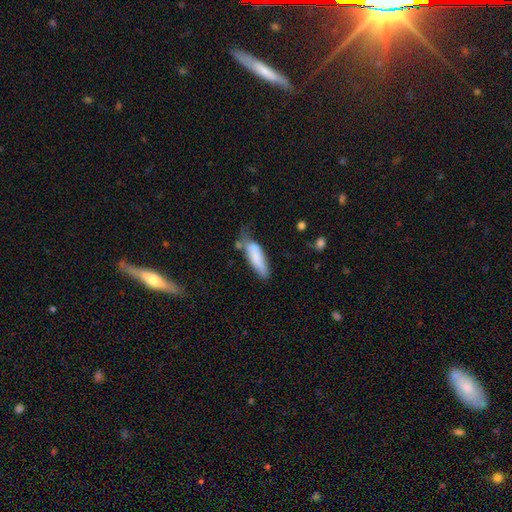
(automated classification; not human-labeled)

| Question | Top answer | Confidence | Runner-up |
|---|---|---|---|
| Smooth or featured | smooth | 79% | featured or disk (15%) |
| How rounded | cigar-shaped | 51% | in between (48%) |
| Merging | none | 39% | minor disturbance (36%) |